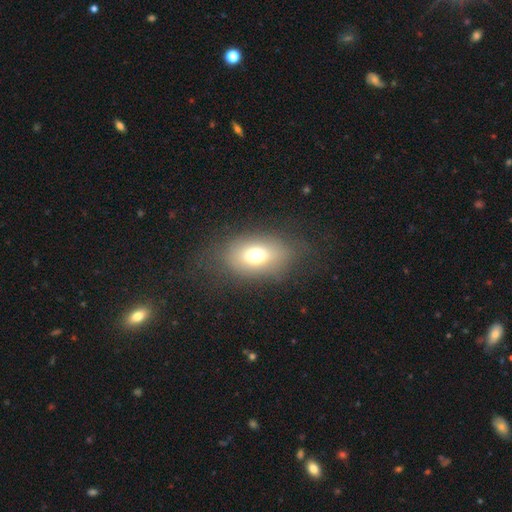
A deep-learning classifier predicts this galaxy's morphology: Overall: smooth (69%). How rounded: in between (76%). Merging: none (72%).